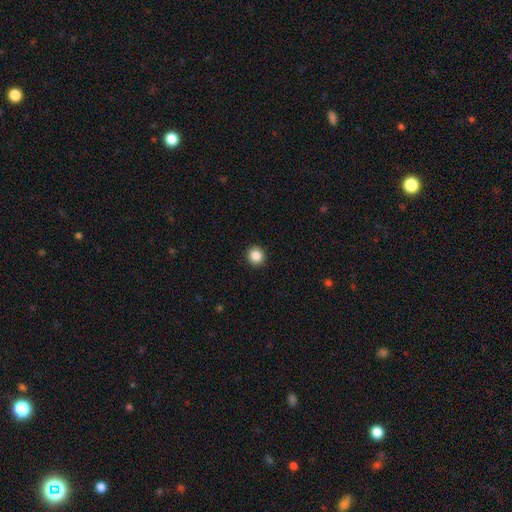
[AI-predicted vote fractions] smooth 87%, star or artifact 10%, featured or disk 4%. Down the decision tree: how rounded — round (93%); merging — none (93%).